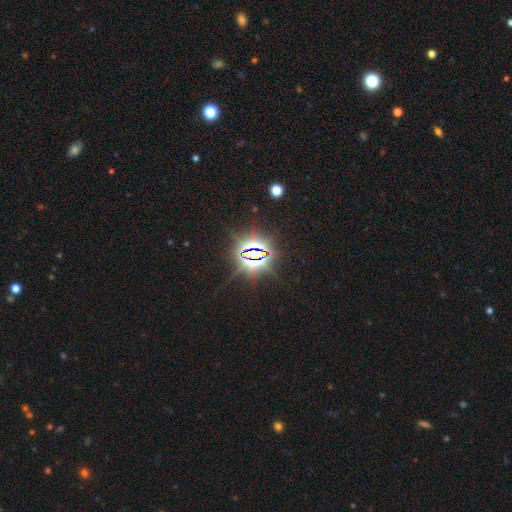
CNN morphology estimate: smooth_or_featured: star or artifact (p=0.82) [alt: smooth p=0.10]